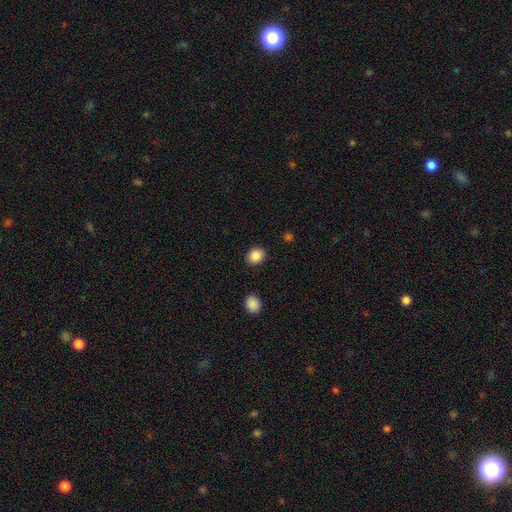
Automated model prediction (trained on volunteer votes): smooth-or-featured: smooth: 87% | star or artifact: 9% | featured or disk: 4%
  how-rounded: round: 69% | in between: 30% | cigar-shaped: 1%
  merging: none: 89% | minor disturbance: 7% | major disturbance: 2% | merger: 2%